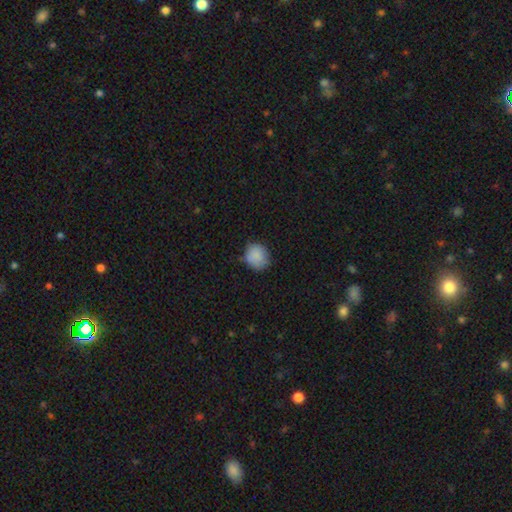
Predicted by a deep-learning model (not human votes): This appears to be a smooth galaxy with no disk features (87%) that is round (78%). Merging: none (72%).